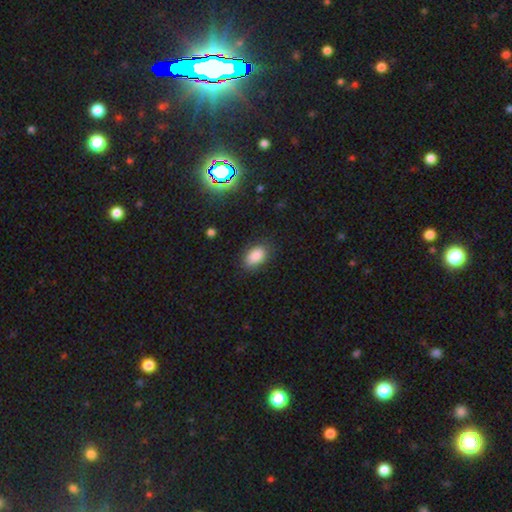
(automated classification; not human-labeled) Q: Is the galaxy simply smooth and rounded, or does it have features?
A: smooth — 85%.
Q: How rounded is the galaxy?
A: in between — 90%.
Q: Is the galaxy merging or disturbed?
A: none — 82%.